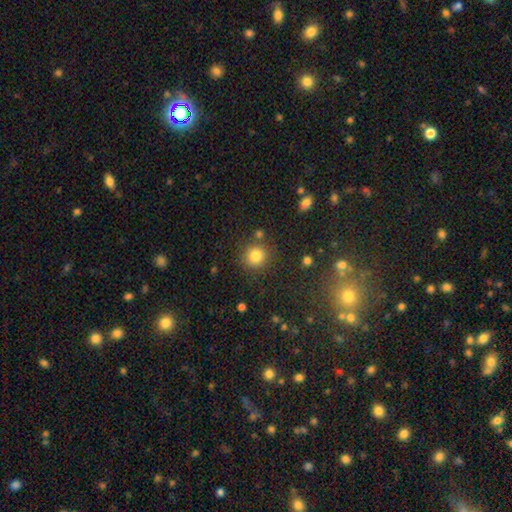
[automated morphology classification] A smooth galaxy with no disk features (82%) that is round (91%). Merging: none (82%).